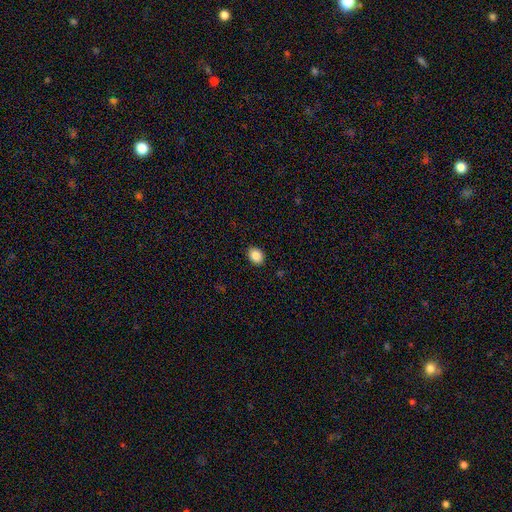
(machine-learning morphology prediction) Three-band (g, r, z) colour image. It shows a smooth galaxy with no disk features (87%) that is in between round and cigar-shaped (61%). Merging: none (89%).